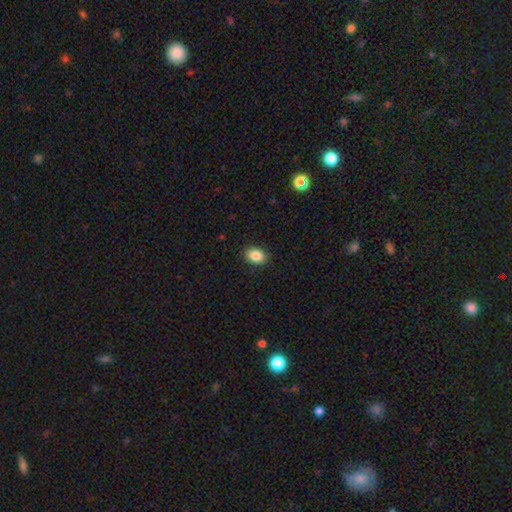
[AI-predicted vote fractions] A smooth galaxy with no disk features (86%) that is in between round and cigar-shaped (76%).

Vote fractions:
- Smooth or featured? smooth: 86% / star or artifact: 9% / featured or disk: 5%
- How rounded? in between: 76% / round: 23% / cigar-shaped: 1%
- Merging? none: 89% / minor disturbance: 8% / major disturbance: 2% / merger: 1%